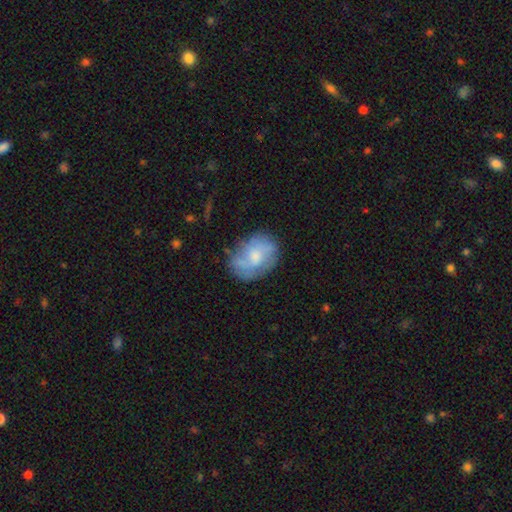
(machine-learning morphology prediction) Q: Smooth or featured?
A: smooth (51%); runner-up: featured or disk (42%)
Q: How rounded?
A: in between (68%); runner-up: round (30%)
Q: Merging?
A: none (61%); runner-up: minor disturbance (25%)